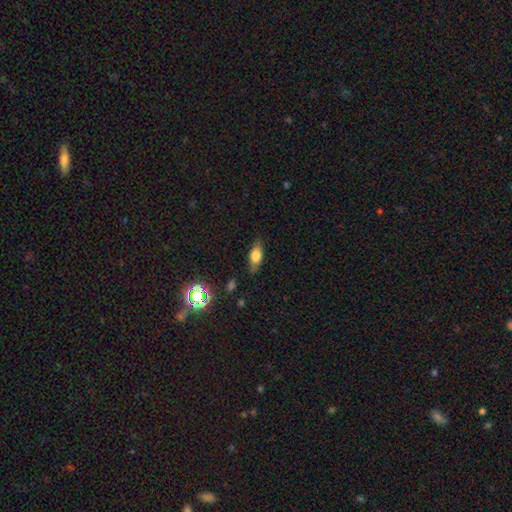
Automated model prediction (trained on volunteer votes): smooth_or_featured: smooth (p=0.67) [alt: featured or disk p=0.23]
how_rounded: in between (p=0.75) [alt: cigar-shaped p=0.19]
merging: none (p=0.78) [alt: minor disturbance p=0.16]